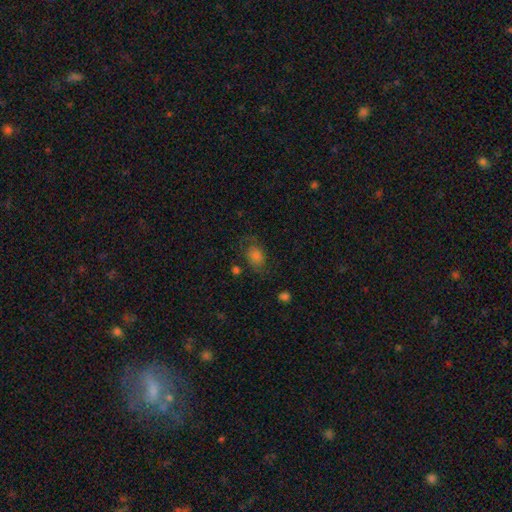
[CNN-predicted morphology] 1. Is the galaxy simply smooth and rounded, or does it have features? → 56% smooth, 25% featured or disk, 19% star or artifact.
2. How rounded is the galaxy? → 62% in between, 36% round, 2% cigar-shaped.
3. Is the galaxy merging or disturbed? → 60% none, 22% minor disturbance, 15% major disturbance, 3% merger.